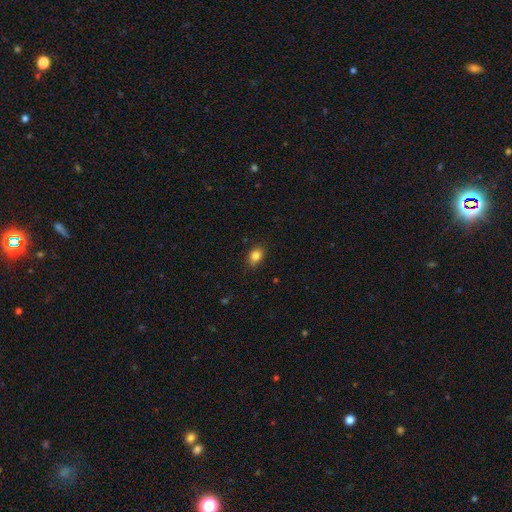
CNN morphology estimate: Smooth or featured?
  - smooth: 84% *
  - star or artifact: 10%
  - featured or disk: 6%
How rounded?
  - in between: 73% *
  - round: 26%
  - cigar-shaped: 2%
Merging?
  - none: 86% *
  - minor disturbance: 11%
  - major disturbance: 2%
  - merger: 1%